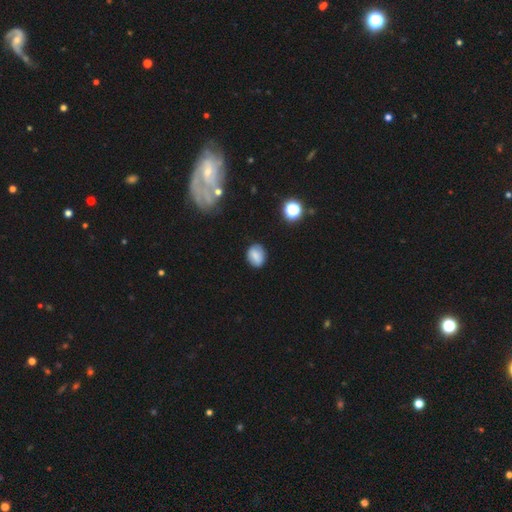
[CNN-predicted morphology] A smooth galaxy with no disk features (78%) that is in between round and cigar-shaped (59%). Merging: none (80%).